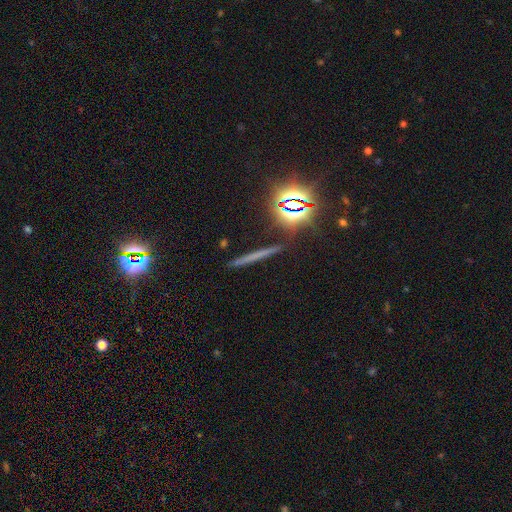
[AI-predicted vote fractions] A smooth galaxy with no disk features (41%).

Vote fractions:
- Smooth or featured? smooth: 41% / star or artifact: 31% / featured or disk: 27%
- Merging? none: 88% / minor disturbance: 8% / merger: 2% / major disturbance: 2%